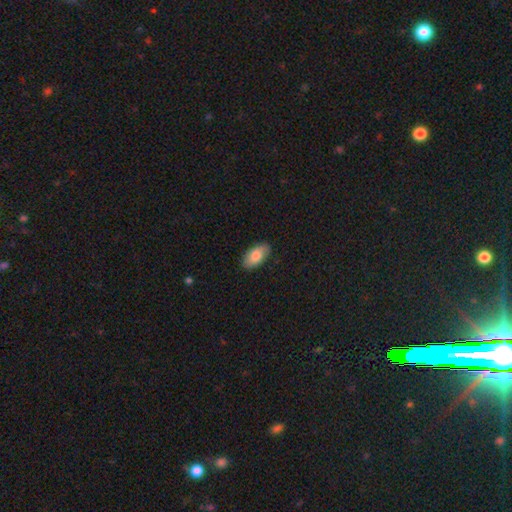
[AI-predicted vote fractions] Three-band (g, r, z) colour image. It shows a smooth galaxy with no disk features (81%) that is in between round and cigar-shaped (94%). Merging: none (86%).